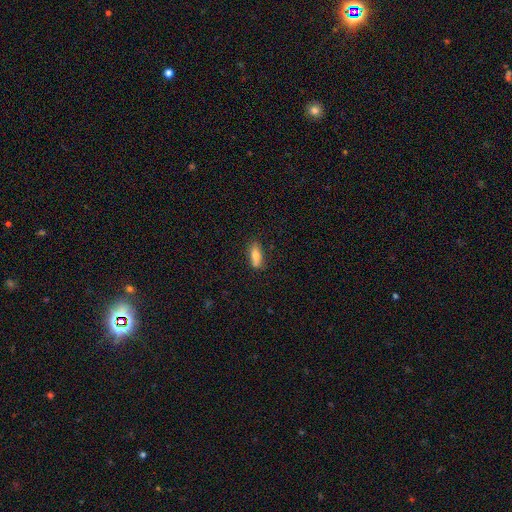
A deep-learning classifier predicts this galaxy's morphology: Smooth or featured?
  - smooth: 77% *
  - featured or disk: 15%
  - star or artifact: 8%
How rounded?
  - in between: 71% *
  - cigar-shaped: 26%
  - round: 3%
Merging?
  - none: 73% *
  - minor disturbance: 17%
  - merger: 6%
  - major disturbance: 4%